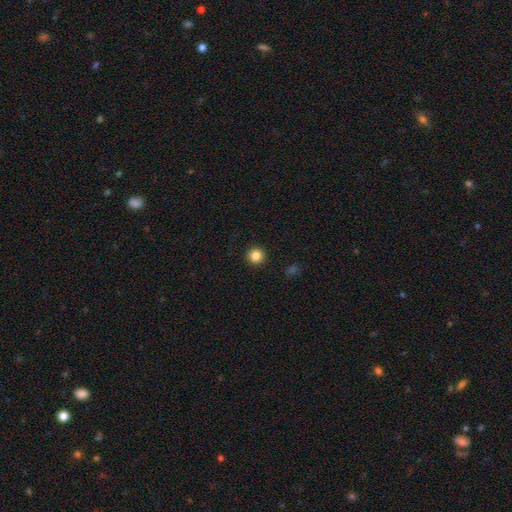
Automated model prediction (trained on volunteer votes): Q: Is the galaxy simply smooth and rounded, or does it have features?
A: smooth — 85%.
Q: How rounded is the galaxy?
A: round — 95%.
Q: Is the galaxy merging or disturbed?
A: none — 93%.